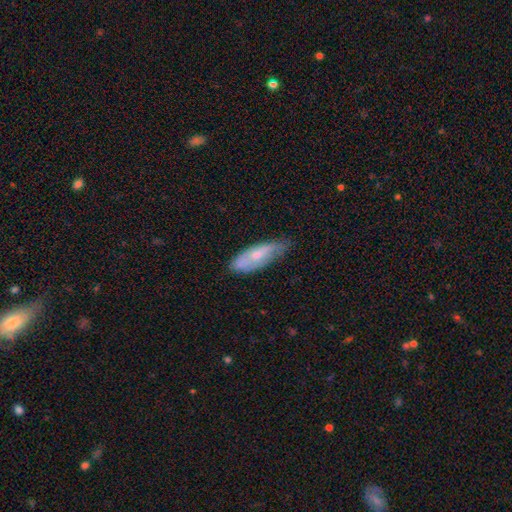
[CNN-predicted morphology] smooth 51%, featured or disk 42%, star or artifact 6%. Down the decision tree: how rounded — in between (61%); merging — none (60%).